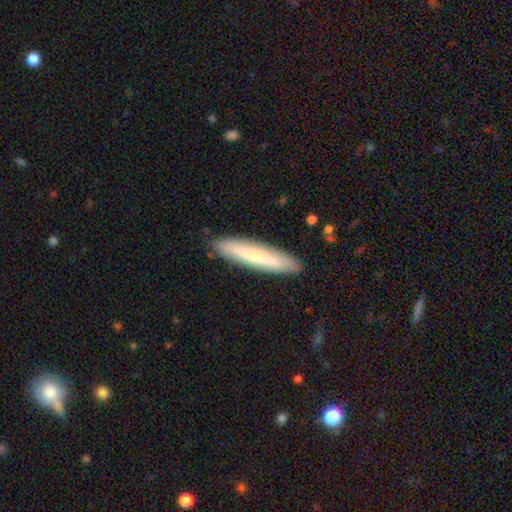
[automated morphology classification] This is possibly a smooth galaxy (59%). How rounded: clearly cigar-shaped (87%). Merging: clearly none (88%).